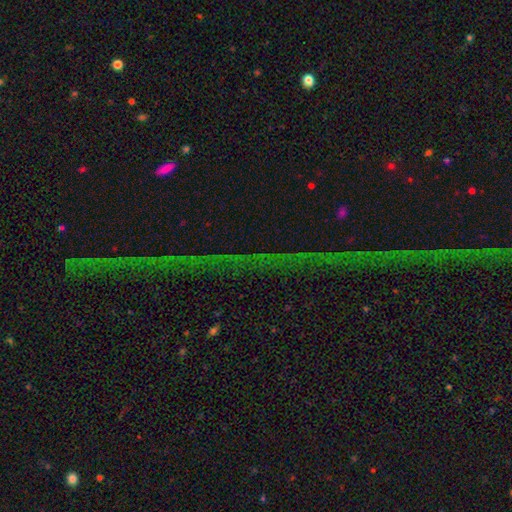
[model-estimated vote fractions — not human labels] The model was most divided on "smooth or featured": star or artifact: 74%, featured or disk: 14%, smooth: 12%.